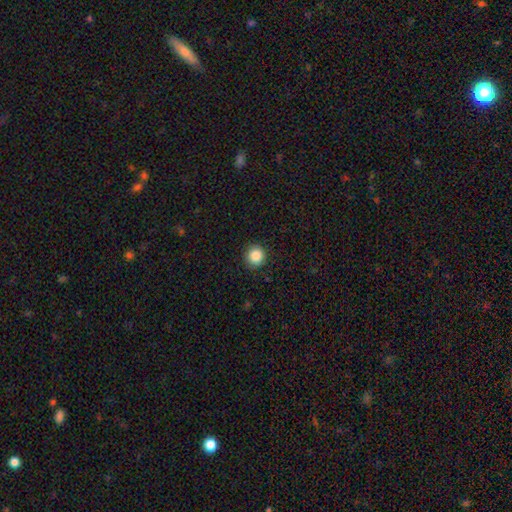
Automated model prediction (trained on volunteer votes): A smooth galaxy with no disk features (87%) that is round (93%).

Vote fractions:
- Smooth or featured? smooth: 87% / star or artifact: 10% / featured or disk: 4%
- How rounded? round: 93% / in between: 6% / cigar-shaped: 1%
- Merging? none: 90% / minor disturbance: 7% / major disturbance: 2% / merger: 1%